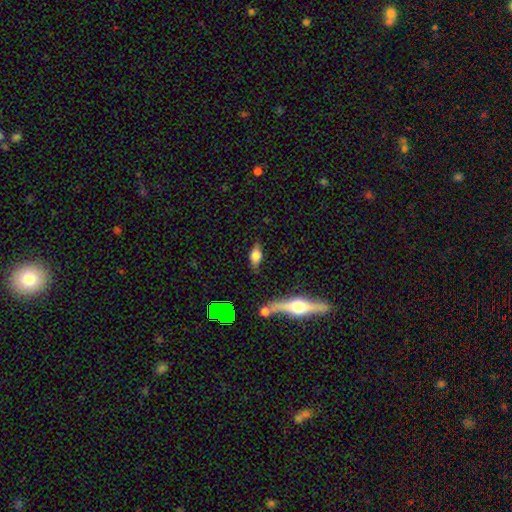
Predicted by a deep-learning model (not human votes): A smooth galaxy with no disk features (61%) that is in between round and cigar-shaped (77%).

Vote fractions:
- Smooth or featured? smooth: 61% / featured or disk: 29% / star or artifact: 10%
- How rounded? in between: 77% / cigar-shaped: 15% / round: 8%
- Merging? none: 73% / minor disturbance: 18% / major disturbance: 5% / merger: 4%